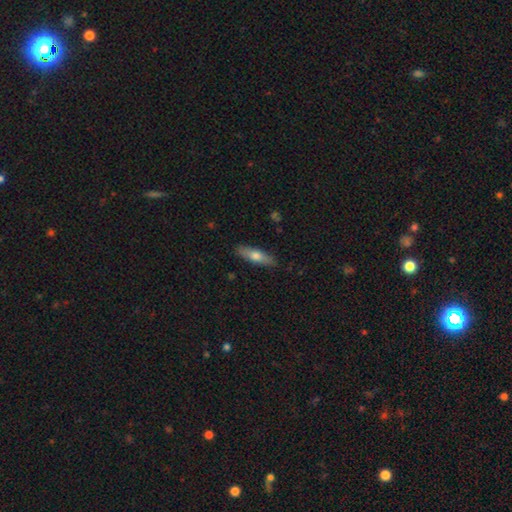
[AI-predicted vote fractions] smooth-or-featured: smooth: 67% | featured or disk: 27% | star or artifact: 6%
  how-rounded: cigar-shaped: 54% | in between: 43% | round: 2%
  merging: none: 86% | minor disturbance: 11% | major disturbance: 2% | merger: 1%